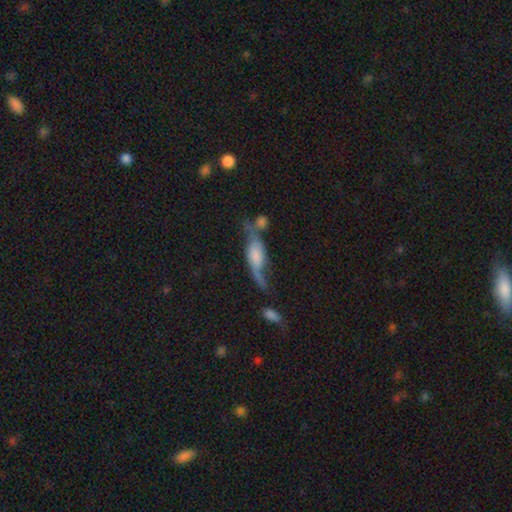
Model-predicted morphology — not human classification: A featured or disk galaxy (61%). Merging: none (37%).